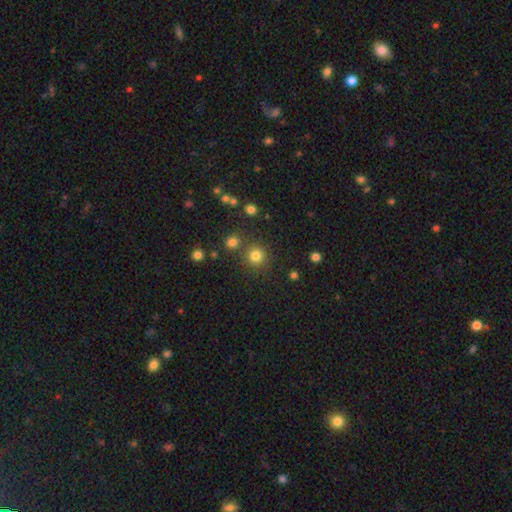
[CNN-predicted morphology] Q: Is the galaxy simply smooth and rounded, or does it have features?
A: smooth — 79%.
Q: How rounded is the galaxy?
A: round — 92%.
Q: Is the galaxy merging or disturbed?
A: none — 80%.